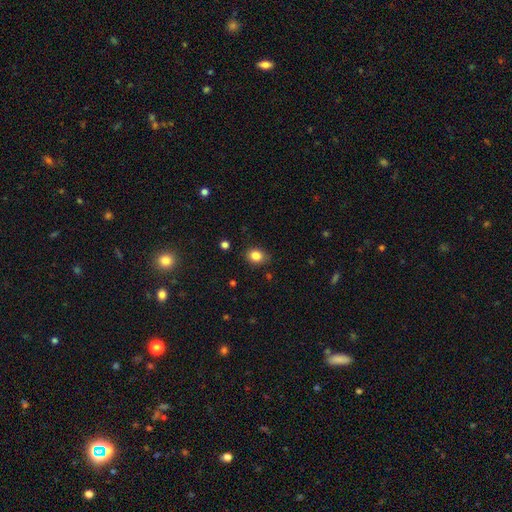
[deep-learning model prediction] Smooth or featured? smooth (84%)
How rounded? in between (51%)
Merging? none (83%)